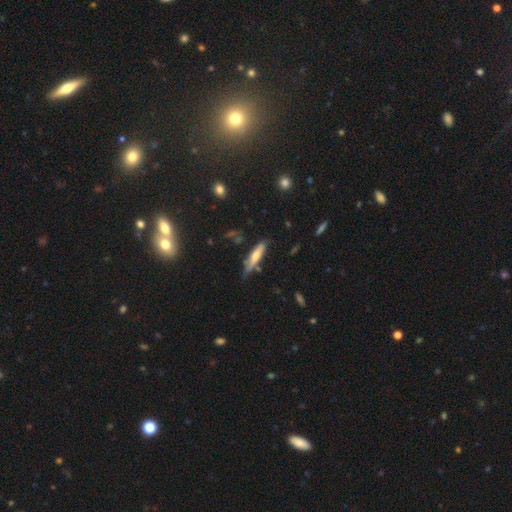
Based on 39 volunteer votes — Smooth or featured? smooth (51%)
How rounded? cigar-shaped (100%)
Merging? none (61%)